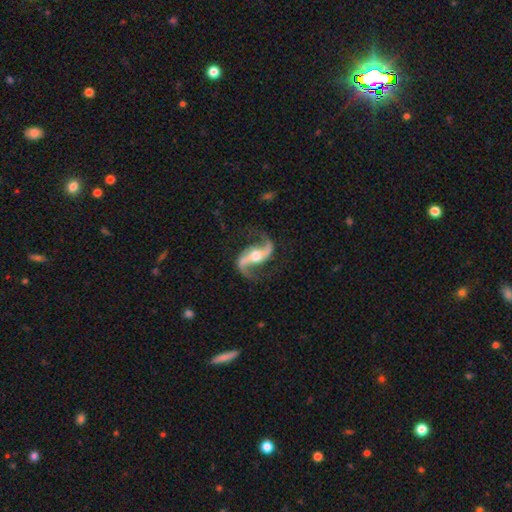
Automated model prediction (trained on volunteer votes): A featured or disk galaxy (93%) with a strong bar (42%), 2 (95%) loose (64%) spiral arms (98%) and a moderate central bulge (68%). Merging: none (80%).